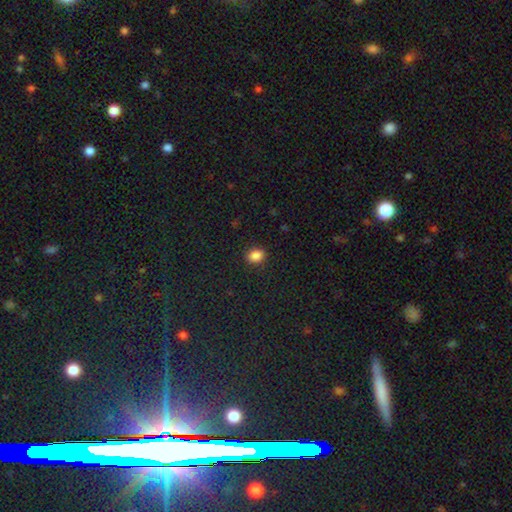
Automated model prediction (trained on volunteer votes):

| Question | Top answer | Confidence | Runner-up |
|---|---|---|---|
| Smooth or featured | smooth | 86% | star or artifact (11%) |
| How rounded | in between | 52% | round (47%) |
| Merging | none | 88% | minor disturbance (9%) |